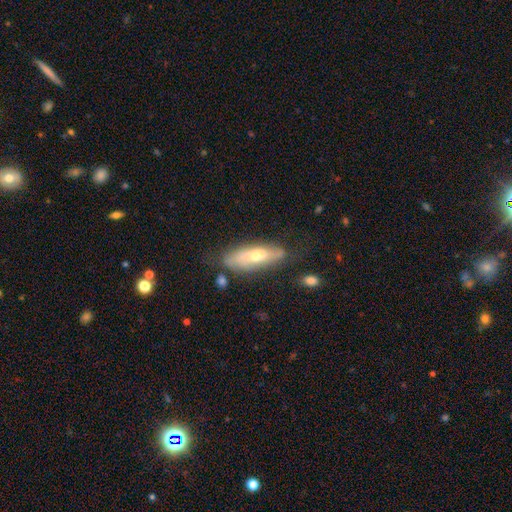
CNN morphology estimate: This is possibly a smooth galaxy (46%). Merging: likely none (71%).